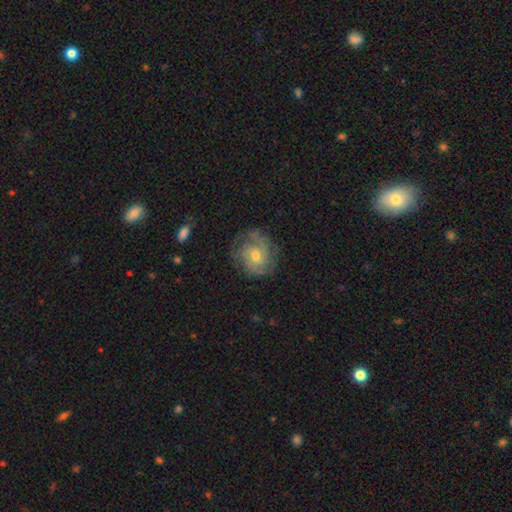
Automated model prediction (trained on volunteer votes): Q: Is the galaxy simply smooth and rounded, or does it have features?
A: featured or disk — 77%.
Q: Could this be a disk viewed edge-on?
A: no — 98%.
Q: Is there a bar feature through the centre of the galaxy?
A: no — 70%.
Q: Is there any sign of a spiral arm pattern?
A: yes — 92%.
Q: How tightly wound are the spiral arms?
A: tight — 58%.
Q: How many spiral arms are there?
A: can't tell — 33%.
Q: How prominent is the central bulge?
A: moderate — 57%.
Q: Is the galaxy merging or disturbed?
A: none — 71%.